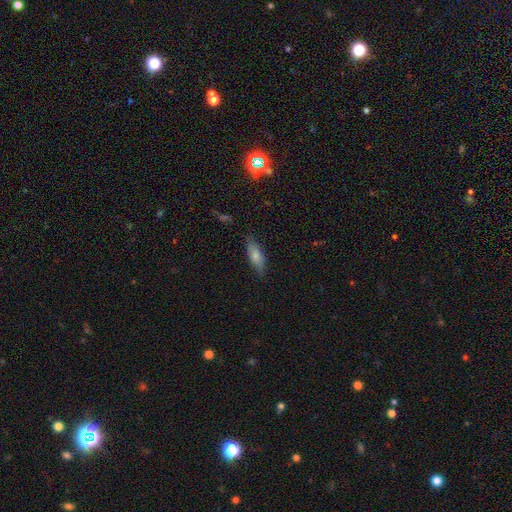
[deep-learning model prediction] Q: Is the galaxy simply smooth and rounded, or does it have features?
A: smooth — 73%.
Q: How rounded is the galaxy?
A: in between — 60%.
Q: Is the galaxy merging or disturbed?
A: none — 77%.